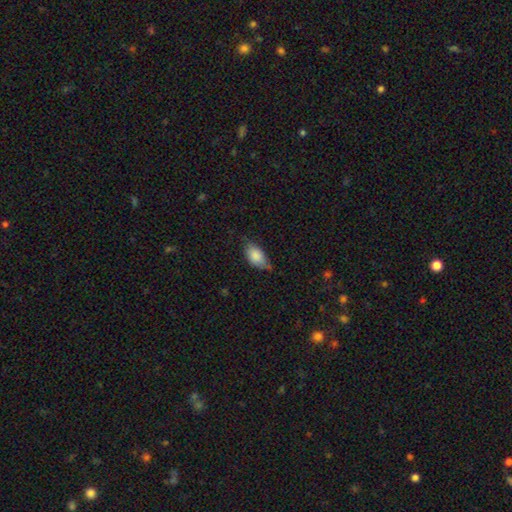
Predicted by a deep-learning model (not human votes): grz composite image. It shows a smooth galaxy with no disk features (83%) that is in between round and cigar-shaped (92%). Merging: none (54%).